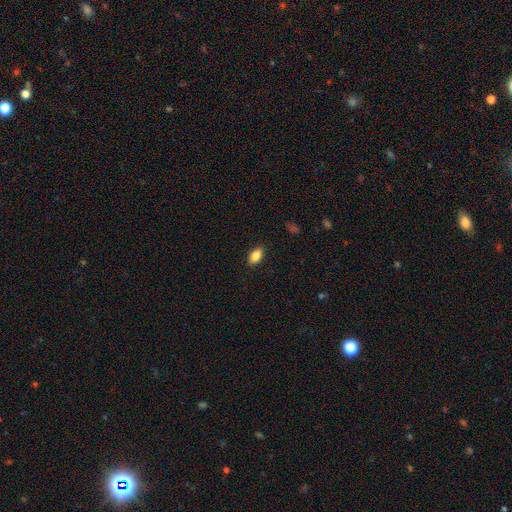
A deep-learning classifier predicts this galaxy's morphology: Smooth or featured?
  - smooth: 87% *
  - star or artifact: 8%
  - featured or disk: 5%
How rounded?
  - in between: 91% *
  - round: 6%
  - cigar-shaped: 3%
Merging?
  - none: 88% *
  - minor disturbance: 9%
  - major disturbance: 2%
  - merger: 1%